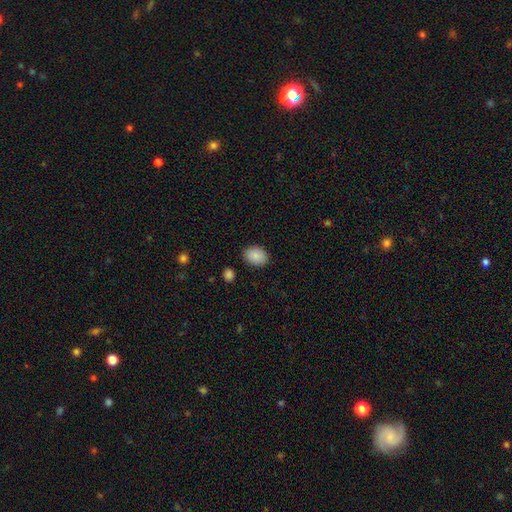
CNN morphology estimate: smooth 88%, star or artifact 8%, featured or disk 5%. Down the decision tree: how rounded — in between (69%); merging — none (86%).